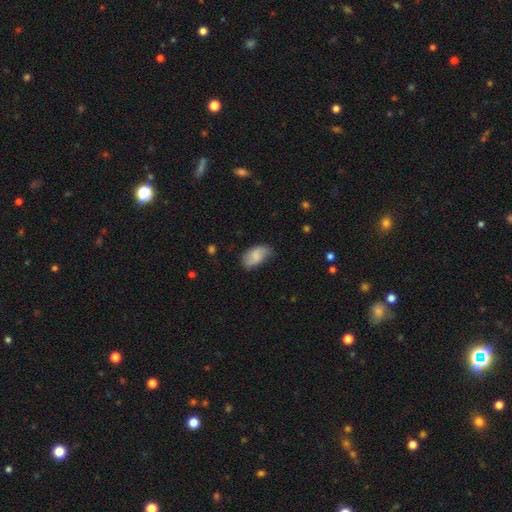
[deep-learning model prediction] Smooth or featured: smooth — 77% (featured or disk — 16%)
How rounded: in between — 94% (round — 4%)
Merging: none — 61% (minor disturbance — 31%)